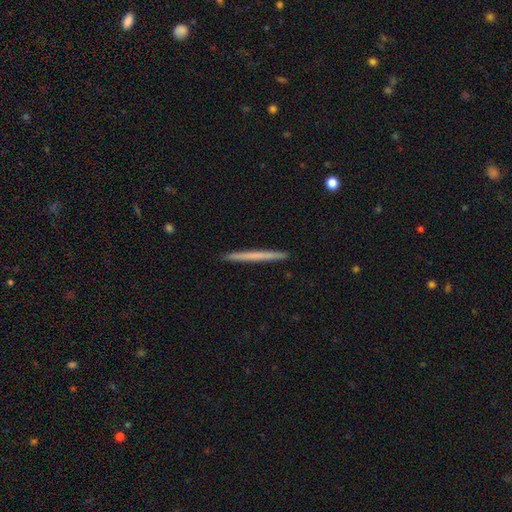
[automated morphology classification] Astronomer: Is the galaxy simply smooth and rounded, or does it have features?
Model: smooth — 57% (runner-up: featured or disk, 38%).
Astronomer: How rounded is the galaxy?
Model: cigar-shaped — 97%.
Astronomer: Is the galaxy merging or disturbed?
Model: none — 93%.